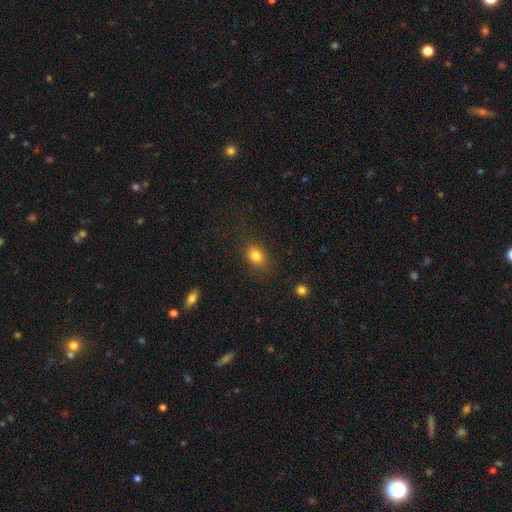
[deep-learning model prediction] Smooth or featured? smooth (83%)
How rounded? in between (57%)
Merging? none (82%)